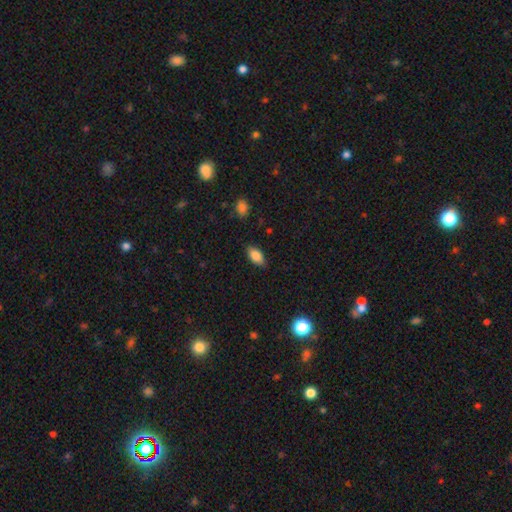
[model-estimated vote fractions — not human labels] Morphology: type=smooth (84%); roundness=in between (91%); merging=none (83%).